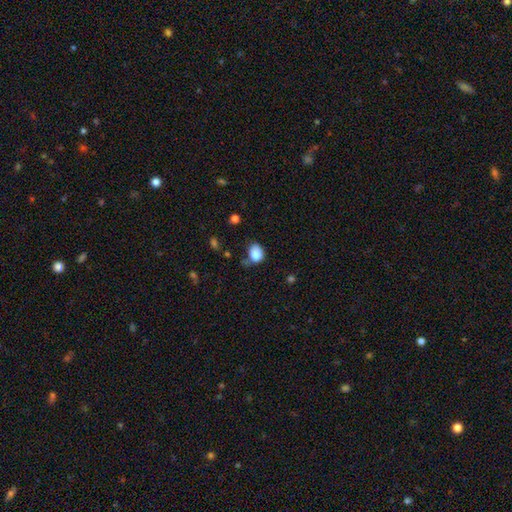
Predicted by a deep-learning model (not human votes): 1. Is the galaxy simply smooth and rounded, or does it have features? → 84% smooth, 9% star or artifact, 7% featured or disk.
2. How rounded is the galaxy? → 52% in between, 47% round, 1% cigar-shaped.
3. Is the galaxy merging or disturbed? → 42% none, 34% minor disturbance, 16% major disturbance, 8% merger.